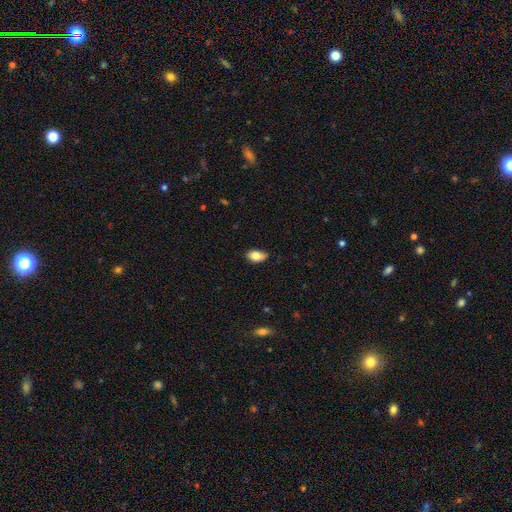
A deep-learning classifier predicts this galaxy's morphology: Q: Smooth or featured?
A: smooth (81%); runner-up: featured or disk (11%)
Q: How rounded?
A: in between (91%); runner-up: round (6%)
Q: Merging?
A: none (73%); runner-up: minor disturbance (23%)